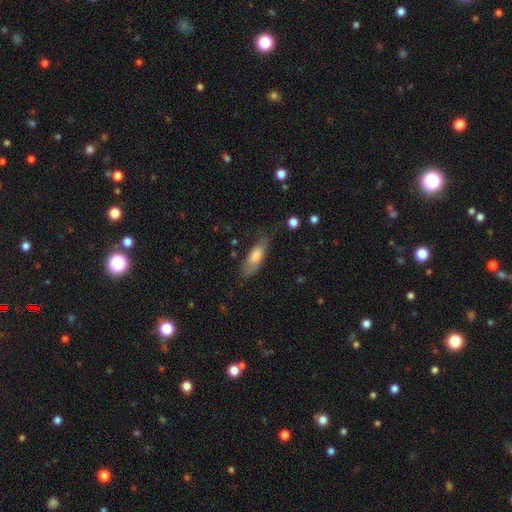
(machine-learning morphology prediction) Smooth or featured? smooth (75%)
How rounded? in between (64%)
Merging? none (60%)